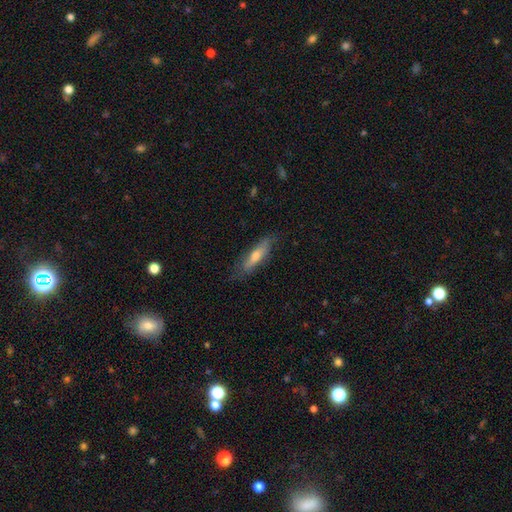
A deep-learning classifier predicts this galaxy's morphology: type=smooth (51%); roundness=cigar-shaped (71%); merging=none (74%).